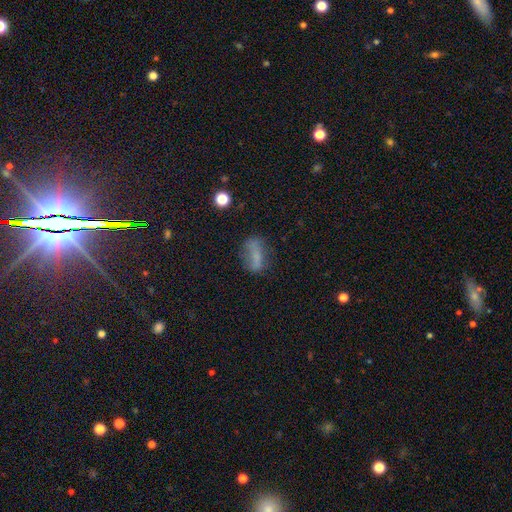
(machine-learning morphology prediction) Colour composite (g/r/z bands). It shows a smooth galaxy with no disk features (61%) that is in between round and cigar-shaped (76%). Merging: none (53%).